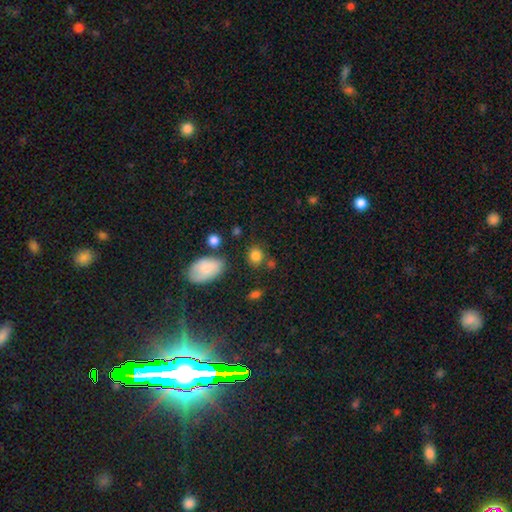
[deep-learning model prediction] This is clearly a smooth galaxy (83%). How rounded: likely round (66%). Merging: likely none (74%).